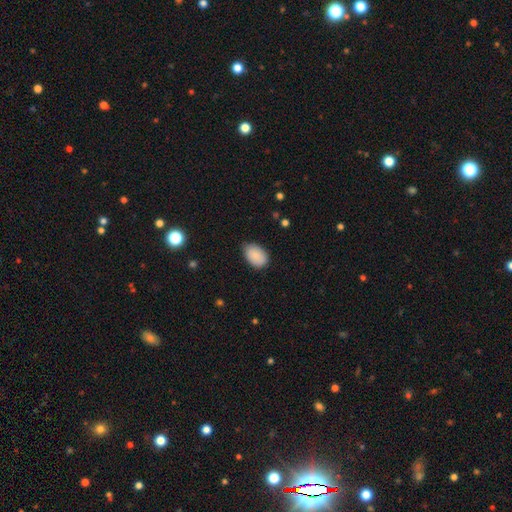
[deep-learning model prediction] A smooth galaxy with no disk features (87%) that is in between round and cigar-shaped (88%). Merging: none (74%).